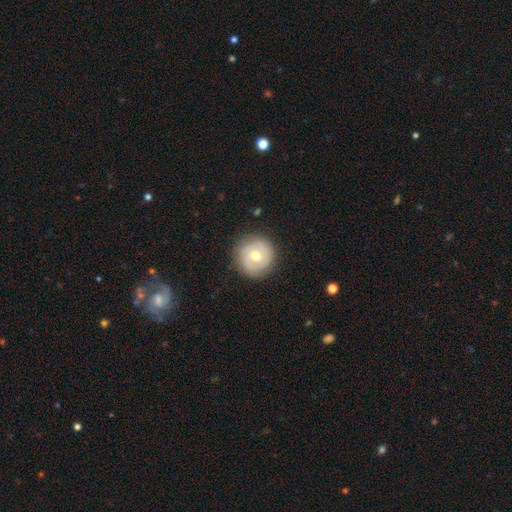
Smooth or featured? featured or disk (49%)
Edge-on disk? no (89%)
Bar? no (69%)
Spiral arms? yes (50%, tied with no)
Spiral winding? tight (75%)
Spiral arm count? 3 (38%, tied with can't tell)
Bulge size? moderate (62%)
Merging? none (80%)